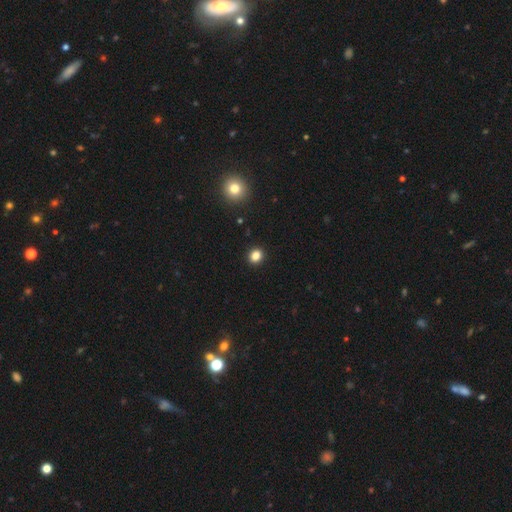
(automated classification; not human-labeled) Overall: smooth (84%). How rounded: round (72%). Merging: none (92%).